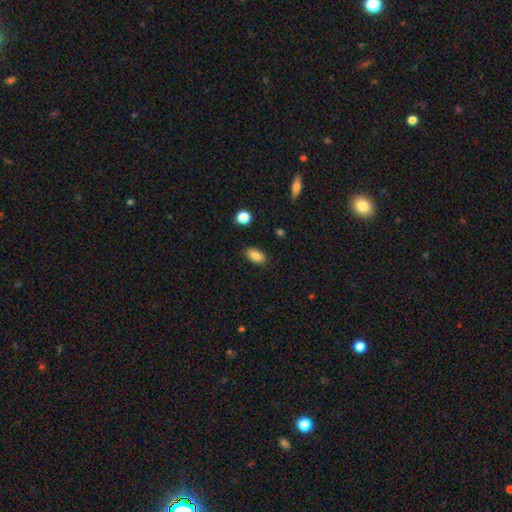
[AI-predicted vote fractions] A smooth galaxy with no disk features (85%) that is in between round and cigar-shaped (91%). Merging: none (86%).